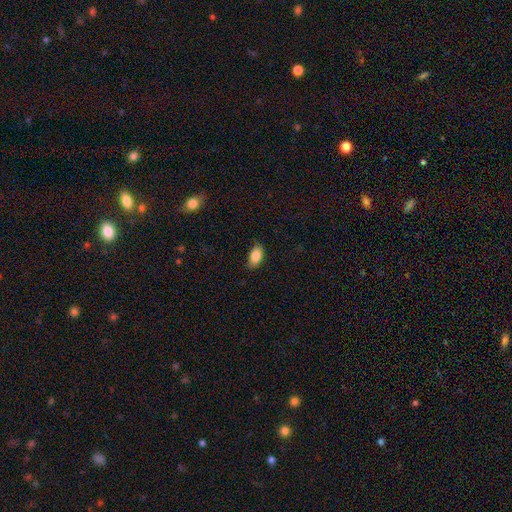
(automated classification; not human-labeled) Overall: smooth (85%). How rounded: in between (92%). Merging: none (78%).